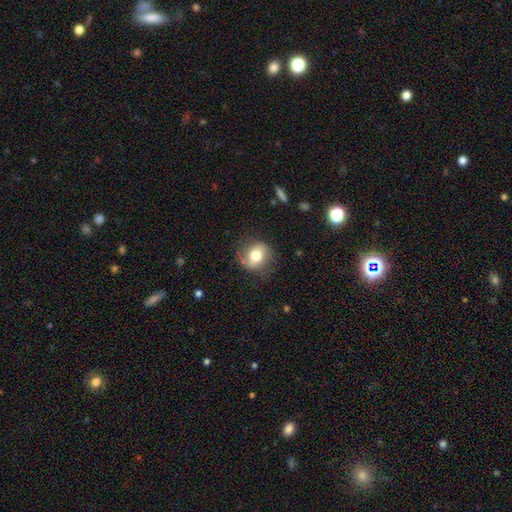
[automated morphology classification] smooth 67%, featured or disk 25%, star or artifact 8%. Down the decision tree: how rounded — round (66%); merging — none (73%).